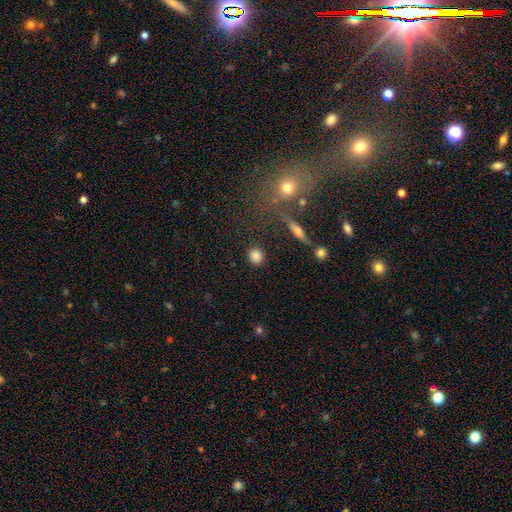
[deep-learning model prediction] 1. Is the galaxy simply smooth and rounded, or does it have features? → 85% smooth, 10% star or artifact, 6% featured or disk.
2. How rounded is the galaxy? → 84% round, 14% in between, 2% cigar-shaped.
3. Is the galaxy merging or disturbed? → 87% none, 7% minor disturbance, 3% major disturbance, 3% merger.